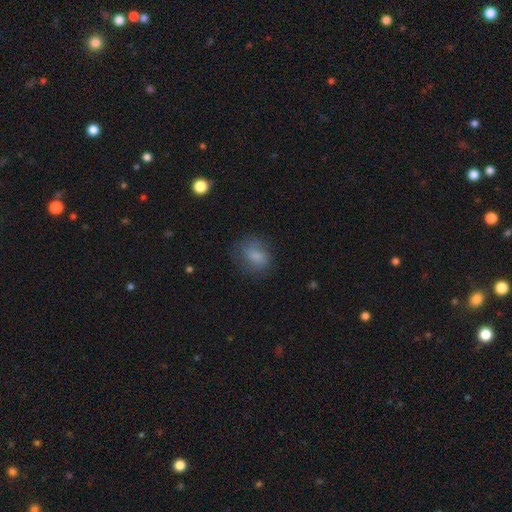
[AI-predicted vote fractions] Smooth or featured?
  - smooth: 75% *
  - featured or disk: 16%
  - star or artifact: 10%
How rounded?
  - in between: 59% *
  - round: 39%
  - cigar-shaped: 2%
Merging?
  - none: 66% *
  - minor disturbance: 22%
  - major disturbance: 11%
  - merger: 2%